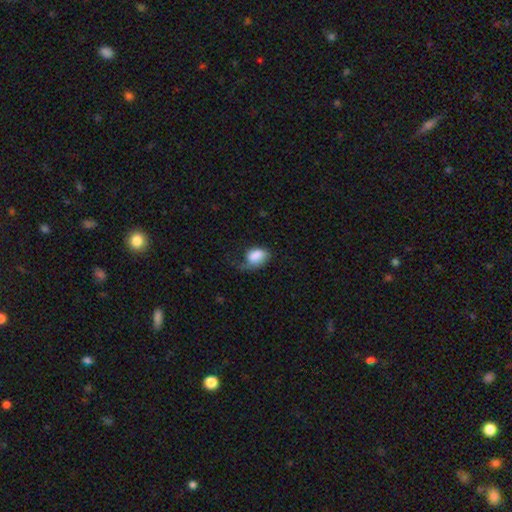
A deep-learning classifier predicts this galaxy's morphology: Q: Smooth or featured?
A: smooth (82%); runner-up: featured or disk (11%)
Q: How rounded?
A: in between (82%); runner-up: round (17%)
Q: Merging?
A: major disturbance (37%); runner-up: minor disturbance (32%)